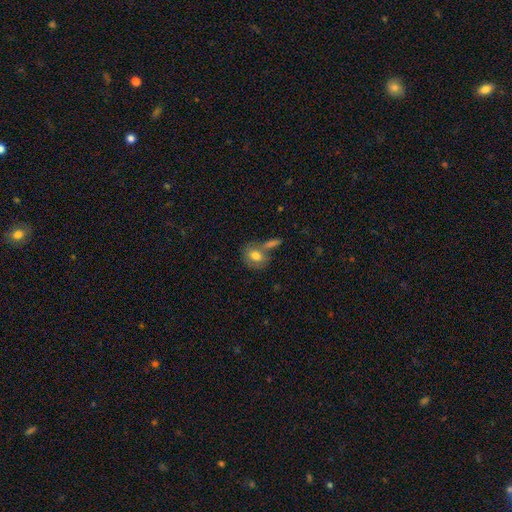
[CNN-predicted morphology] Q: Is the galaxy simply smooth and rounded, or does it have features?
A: smooth — 74%.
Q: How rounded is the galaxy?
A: in between — 60%.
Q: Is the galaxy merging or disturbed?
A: none — 52%.